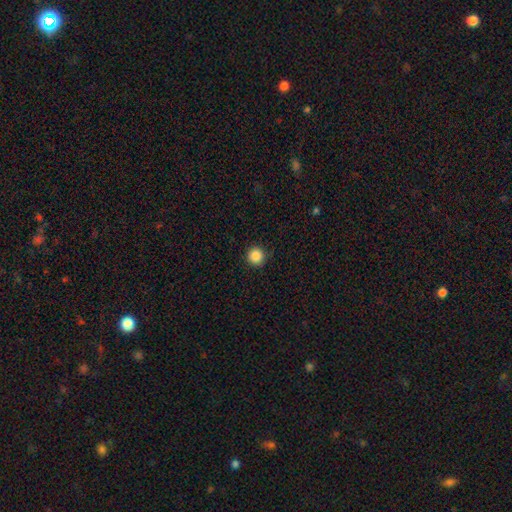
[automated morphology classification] The model was most divided on "smooth or featured": smooth: 87%, star or artifact: 10%, featured or disk: 3%. More confident: how rounded — round (96%); merging — none (92%).